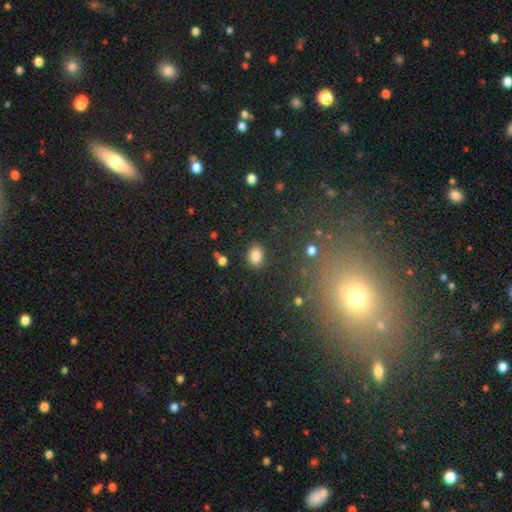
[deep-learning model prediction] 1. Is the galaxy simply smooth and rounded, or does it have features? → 85% smooth, 11% star or artifact, 5% featured or disk.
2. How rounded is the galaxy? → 57% in between, 42% round, 1% cigar-shaped.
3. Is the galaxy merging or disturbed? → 86% none, 9% minor disturbance, 3% major disturbance, 2% merger.